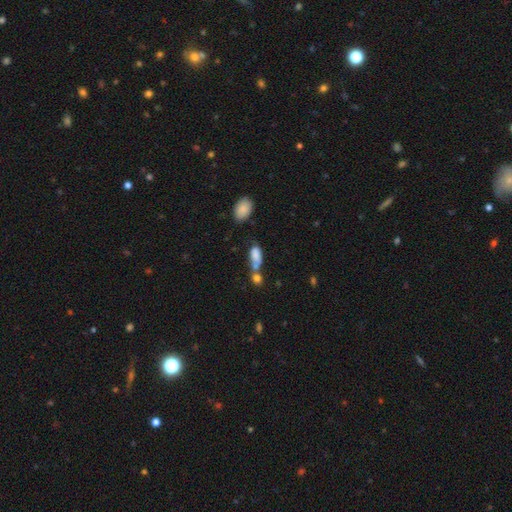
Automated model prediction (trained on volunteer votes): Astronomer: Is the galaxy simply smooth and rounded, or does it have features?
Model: smooth — 76%.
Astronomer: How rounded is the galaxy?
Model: in between — 83%.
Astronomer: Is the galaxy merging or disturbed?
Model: merger — 47% (runner-up: none, 26%).